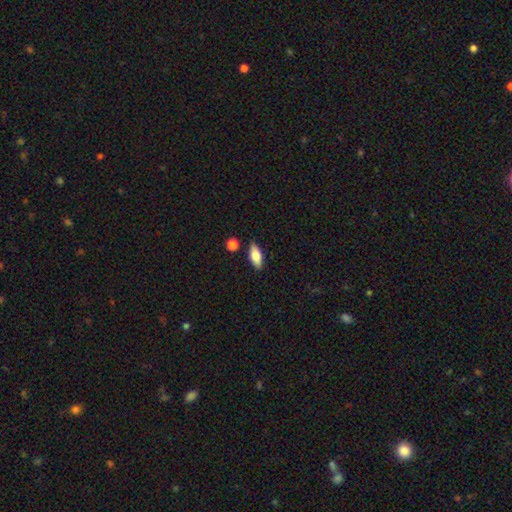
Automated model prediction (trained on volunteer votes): Smooth or featured? smooth (71%)
How rounded? in between (78%)
Merging? none (84%)